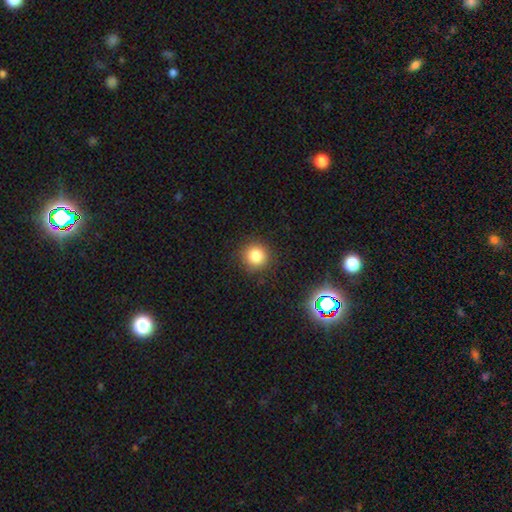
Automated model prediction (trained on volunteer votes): Smooth or featured: smooth — 82% (star or artifact — 13%)
How rounded: round — 94% (in between — 6%)
Merging: none — 89% (minor disturbance — 7%)